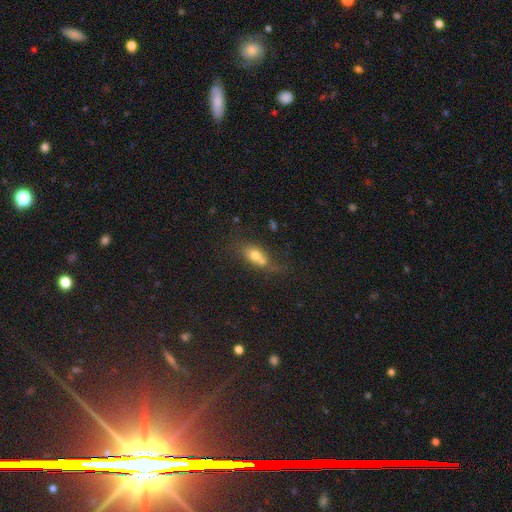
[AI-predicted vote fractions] Morphology: type=smooth (67%); roundness=in between (68%); merging=merger (48%).